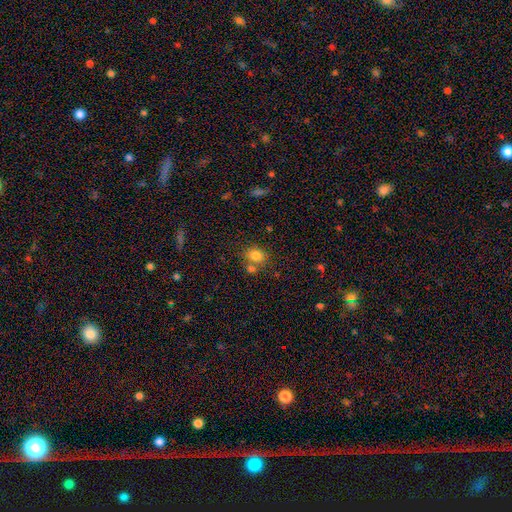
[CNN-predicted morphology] smooth 80%, star or artifact 12%, featured or disk 8%. Down the decision tree: how rounded — round (62%); merging — none (60%).